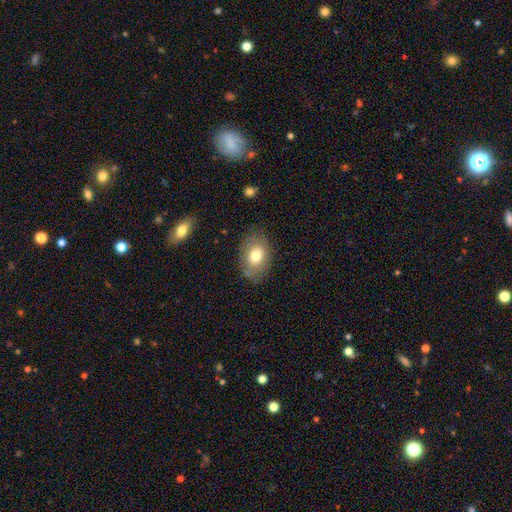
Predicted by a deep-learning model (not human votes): A smooth galaxy with no disk features (75%) that is in between round and cigar-shaped (78%). Merging: none (80%).